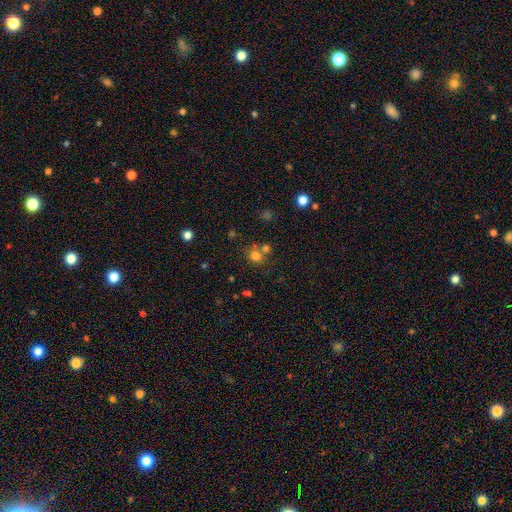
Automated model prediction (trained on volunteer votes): This appears to be a smooth galaxy with no disk features (74%) that is round (82%). Merging: none (55%).